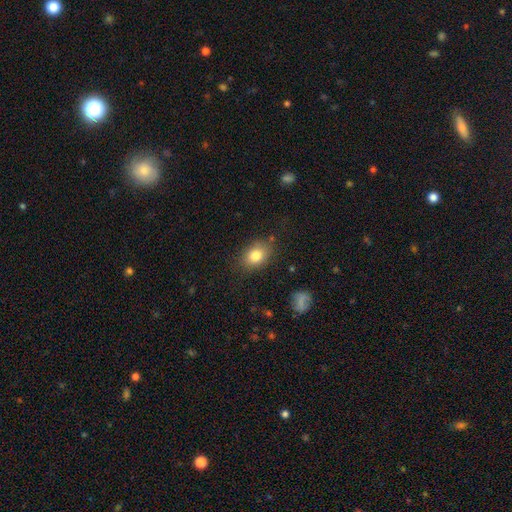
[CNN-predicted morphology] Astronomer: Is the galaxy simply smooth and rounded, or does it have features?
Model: smooth — 81%.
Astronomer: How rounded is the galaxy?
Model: in between — 70%.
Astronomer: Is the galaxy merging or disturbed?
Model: none — 79%.